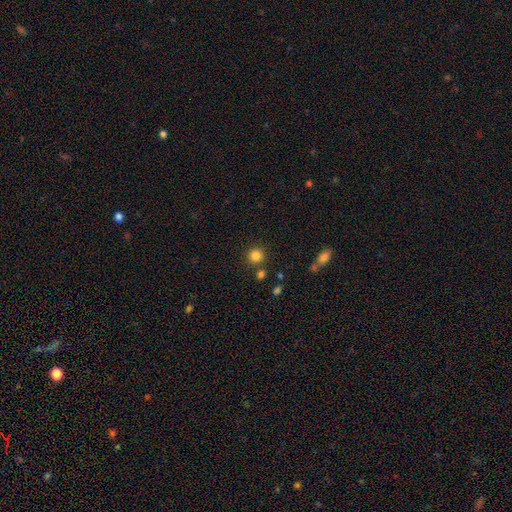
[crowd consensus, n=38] This appears to be a smooth galaxy with no disk features (89%) that is round (94%). Merging: none (80%).